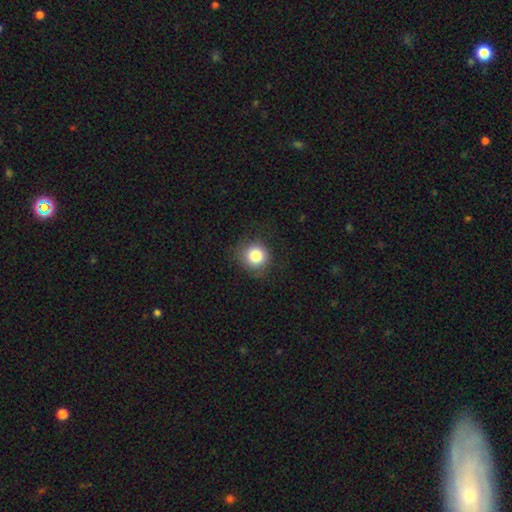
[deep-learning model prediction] Overall: smooth (84%). How rounded: round (91%). Merging: none (81%).